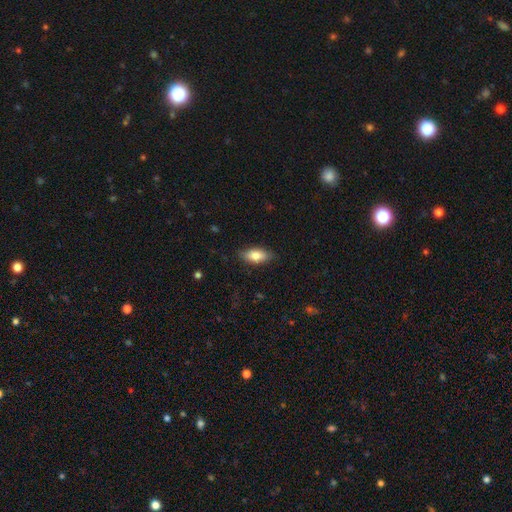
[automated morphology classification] Q: Smooth or featured?
A: smooth (79%); runner-up: featured or disk (15%)
Q: How rounded?
A: in between (86%); runner-up: cigar-shaped (11%)
Q: Merging?
A: none (84%); runner-up: minor disturbance (13%)